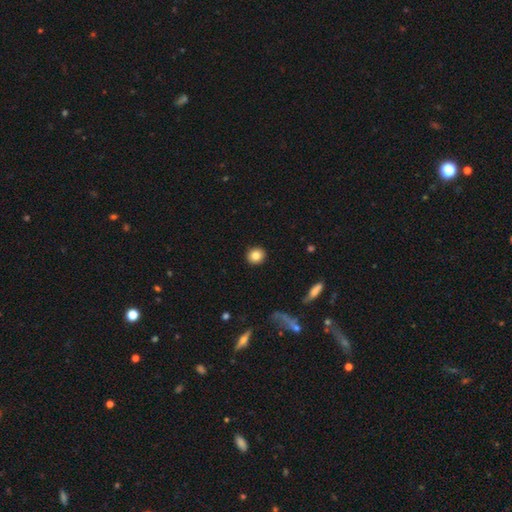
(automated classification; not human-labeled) Morphology: type=smooth (84%); roundness=round (87%); merging=none (92%).